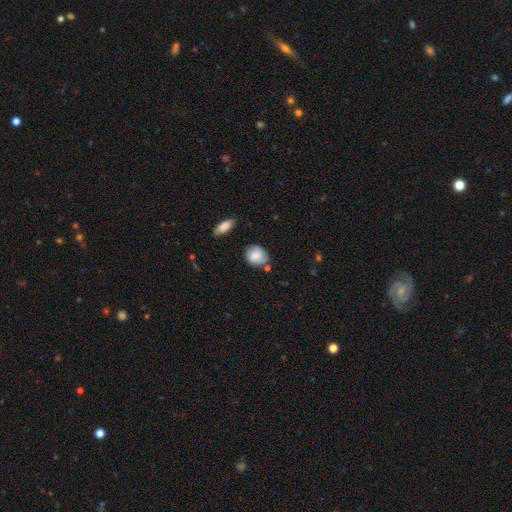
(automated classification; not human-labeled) Smooth or featured? smooth (74%)
How rounded? round (50%)
Merging? none (61%)